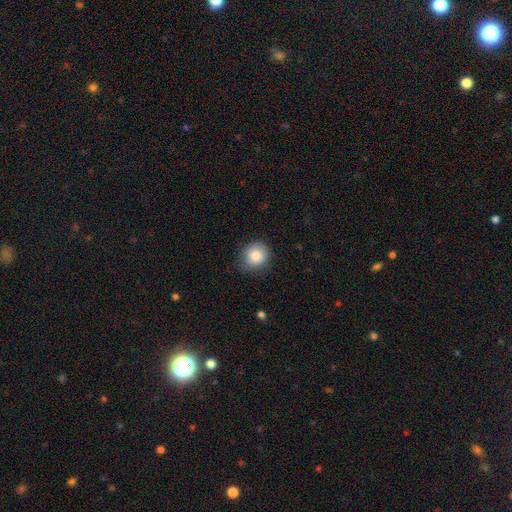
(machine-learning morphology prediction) smooth 86%, star or artifact 8%, featured or disk 6%. Down the decision tree: how rounded — round (79%); merging — none (79%).